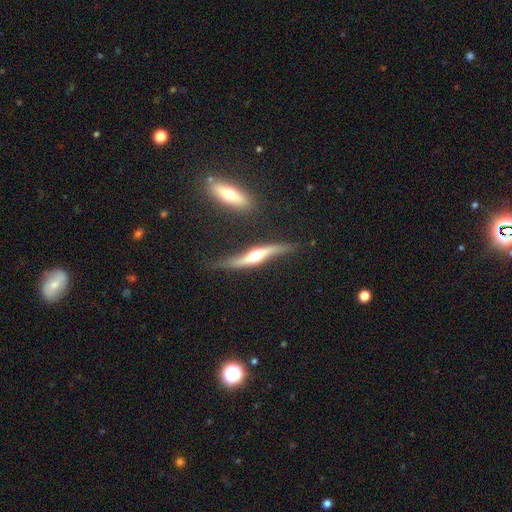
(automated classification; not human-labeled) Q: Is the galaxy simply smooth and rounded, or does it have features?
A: featured or disk — 76%.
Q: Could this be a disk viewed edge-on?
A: yes — 84%.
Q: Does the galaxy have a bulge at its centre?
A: rounded — 91%.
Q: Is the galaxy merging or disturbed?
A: none — 64%.